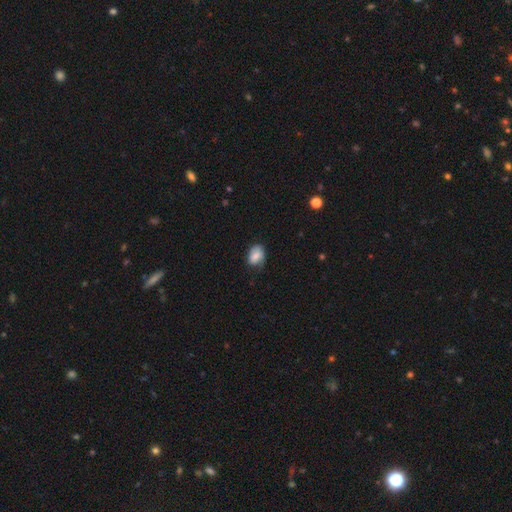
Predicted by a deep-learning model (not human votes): Overall: smooth (76%). How rounded: in between (73%). Merging: none (59%; minor disturbance 31%).